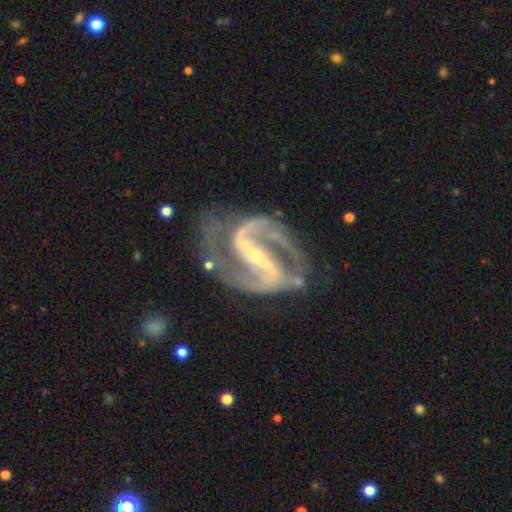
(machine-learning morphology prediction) smooth-or-featured: featured or disk: 94% | star or artifact: 4% | smooth: 2%
  disk-edge-on: no: 98% | yes: 2%
    bar: strong: 72% | weak: 19% | no: 9%
    has-spiral-arms: yes: 99% | no: 1%
      spiral-winding: medium: 63% | tight: 22% | loose: 15%
      spiral-arm-count: 2: 93% | 3: 2% | can't tell: 2% | 1: 1% | 4: 1% | more than 4: 1%
    bulge-size: small: 79% | moderate: 17% | none: 1% | large: 1% | dominant: 1%
  merging: none: 71% | minor disturbance: 17% | major disturbance: 9% | merger: 2%